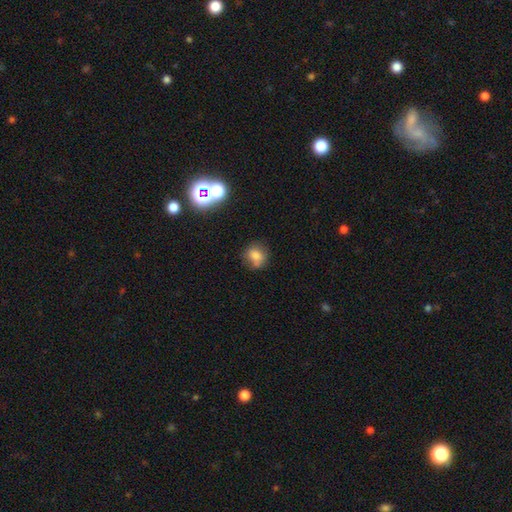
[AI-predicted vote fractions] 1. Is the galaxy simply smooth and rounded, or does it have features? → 76% smooth, 14% star or artifact, 10% featured or disk.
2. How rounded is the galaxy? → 74% round, 25% in between, 1% cigar-shaped.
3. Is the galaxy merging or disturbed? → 66% none, 21% minor disturbance, 7% merger, 6% major disturbance.